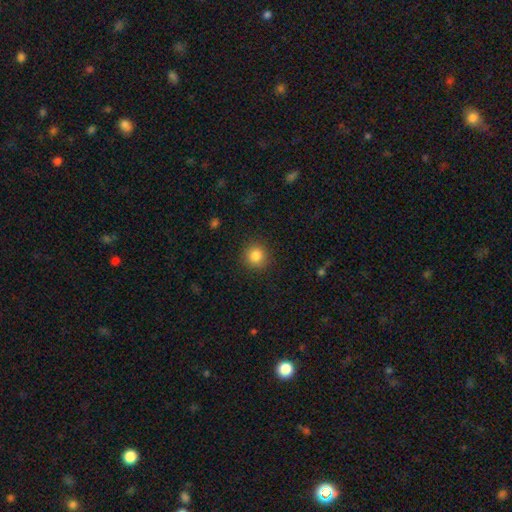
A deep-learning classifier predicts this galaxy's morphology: smooth_or_featured: smooth (p=0.84) [alt: star or artifact p=0.11]
how_rounded: round (p=0.93) [alt: in between p=0.06]
merging: none (p=0.90) [alt: minor disturbance p=0.06]